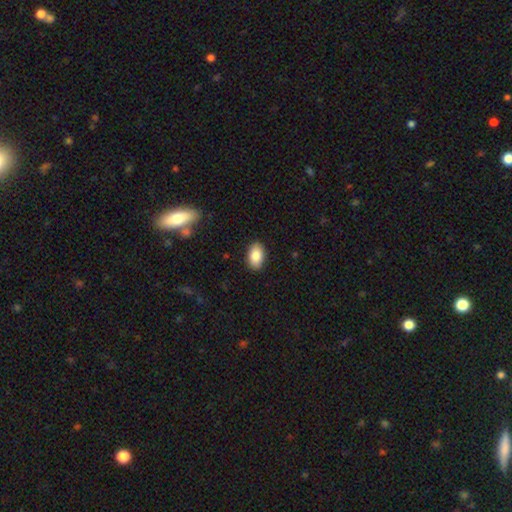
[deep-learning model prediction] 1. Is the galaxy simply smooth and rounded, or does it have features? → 88% smooth, 7% star or artifact, 6% featured or disk.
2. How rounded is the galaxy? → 92% in between, 7% round, 1% cigar-shaped.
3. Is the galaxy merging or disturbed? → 89% none, 8% minor disturbance, 2% major disturbance, 1% merger.